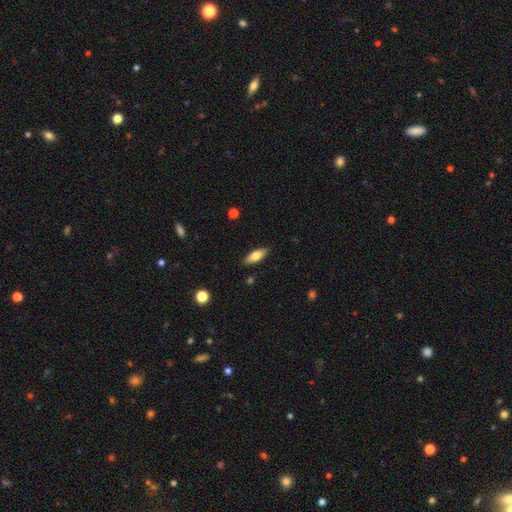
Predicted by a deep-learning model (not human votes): smooth_or_featured: smooth (p=0.68) [alt: featured or disk p=0.26]
how_rounded: in between (p=0.66) [alt: cigar-shaped p=0.31]
merging: none (p=0.88) [alt: minor disturbance p=0.09]